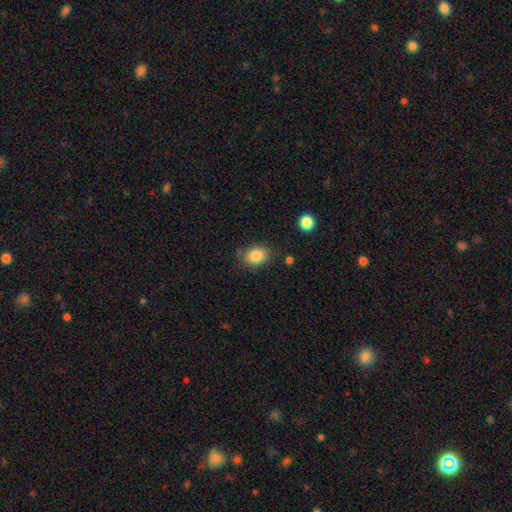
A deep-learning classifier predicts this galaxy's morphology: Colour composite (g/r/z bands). It shows a smooth galaxy with no disk features (85%) that is in between round and cigar-shaped (62%). Merging: none (77%).